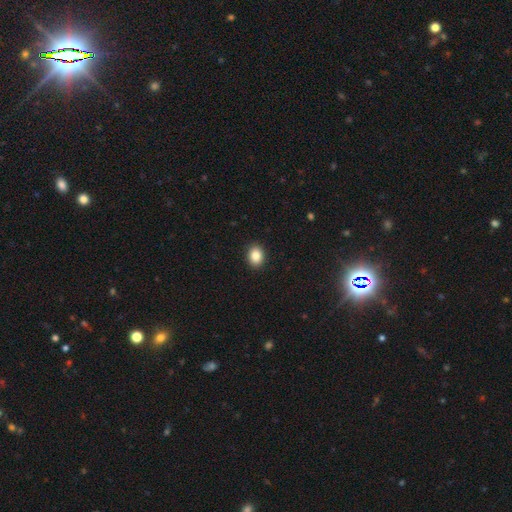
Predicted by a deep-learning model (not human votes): smooth-or-featured: smooth: 87% | star or artifact: 9% | featured or disk: 4%
  how-rounded: in between: 59% | round: 40% | cigar-shaped: 1%
  merging: none: 91% | minor disturbance: 6% | major disturbance: 2% | merger: 1%